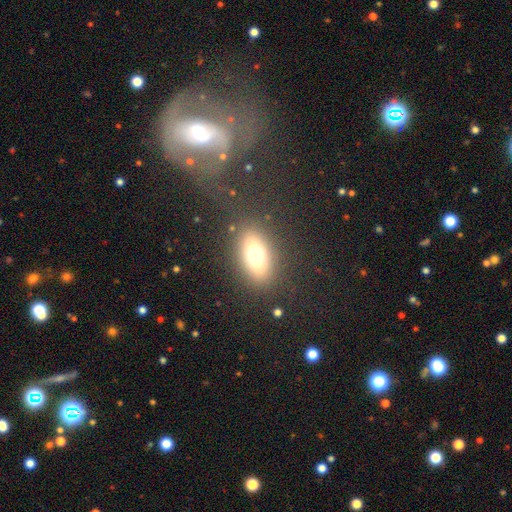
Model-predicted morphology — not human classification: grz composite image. It shows a smooth galaxy with no disk features (67%) that is in between round and cigar-shaped (79%). Merging: none (83%).